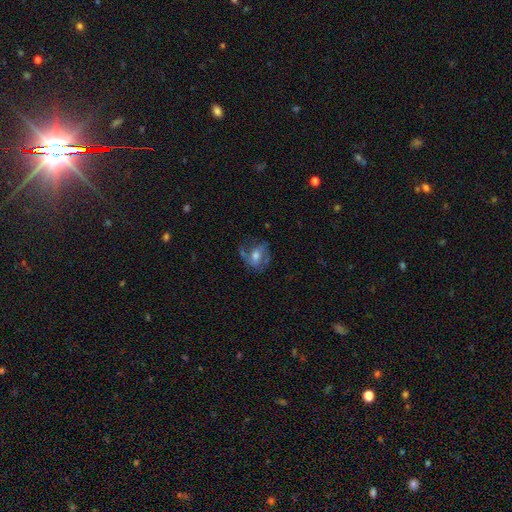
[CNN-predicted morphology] Smooth or featured?
  - featured or disk: 52% *
  - smooth: 39%
  - star or artifact: 9%
Edge-on disk?
  - no: 95% *
  - yes: 5%
Merging?
  - none: 46% *
  - minor disturbance: 25%
  - major disturbance: 24%
  - merger: 5%